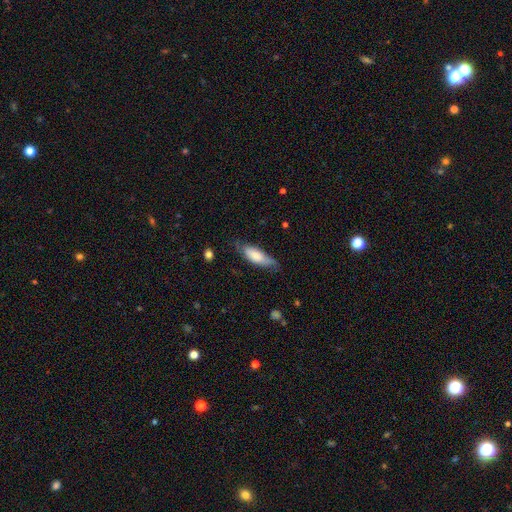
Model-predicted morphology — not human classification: A smooth galaxy with no disk features (71%) that is in between round and cigar-shaped (62%).

Vote fractions:
- Smooth or featured? smooth: 71% / featured or disk: 23% / star or artifact: 6%
- How rounded? in between: 62% / cigar-shaped: 36% / round: 2%
- Merging? none: 57% / minor disturbance: 32% / major disturbance: 9% / merger: 2%